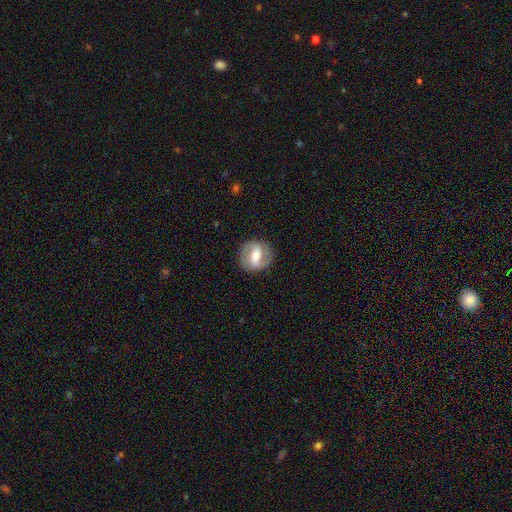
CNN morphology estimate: This appears to be a featured or disk galaxy (67%) with a strong bar (50%), spiral arms (72%) and a moderate central bulge (66%). Merging: none (86%).